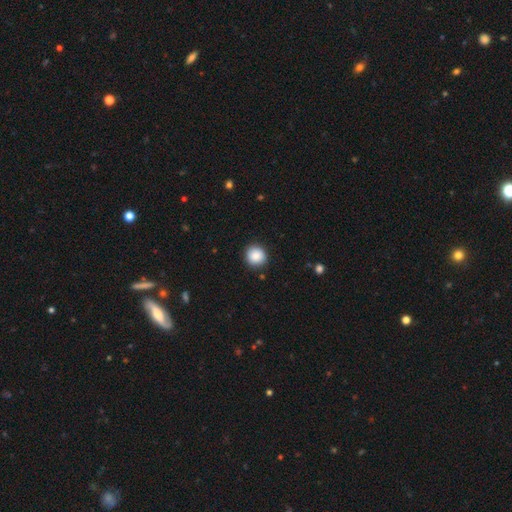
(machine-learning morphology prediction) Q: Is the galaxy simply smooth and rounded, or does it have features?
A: smooth — 88%.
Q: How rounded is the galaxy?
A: round — 91%.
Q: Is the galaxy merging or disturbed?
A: none — 90%.